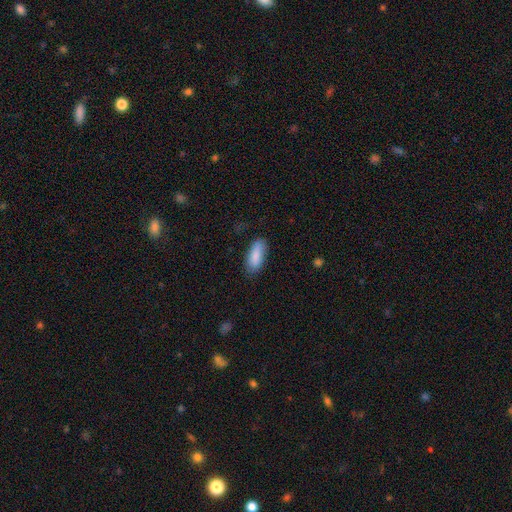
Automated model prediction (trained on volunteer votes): smooth-or-featured: smooth: 87% | featured or disk: 7% | star or artifact: 6%
  how-rounded: in between: 76% | cigar-shaped: 22% | round: 2%
  merging: none: 76% | minor disturbance: 18% | major disturbance: 4% | merger: 1%